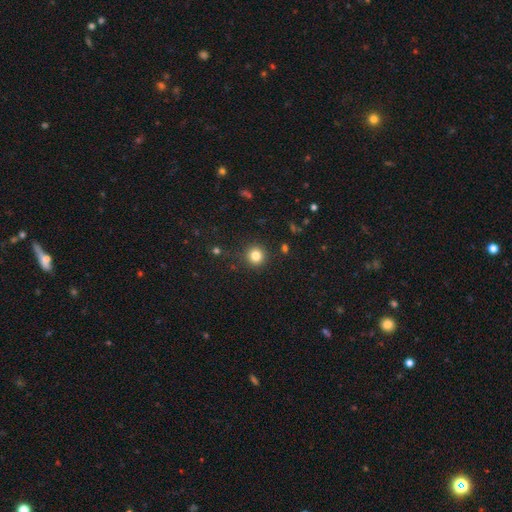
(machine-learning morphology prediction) smooth_or_featured: smooth (p=0.82) [alt: star or artifact p=0.13]
how_rounded: round (p=0.94) [alt: in between p=0.06]
merging: none (p=0.89) [alt: minor disturbance p=0.07]